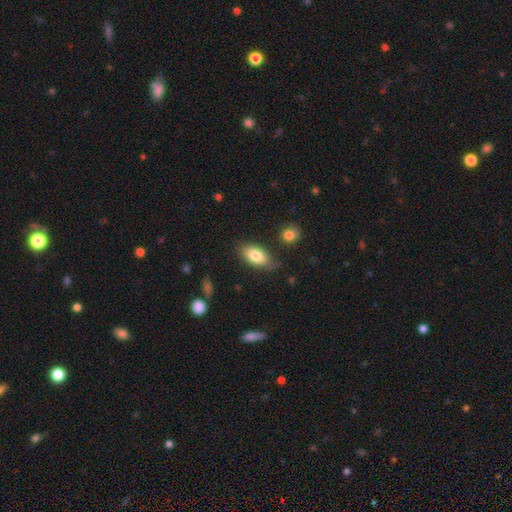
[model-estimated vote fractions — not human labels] Smooth or featured?
  - smooth: 81% *
  - featured or disk: 12%
  - star or artifact: 7%
How rounded?
  - in between: 92% *
  - round: 5%
  - cigar-shaped: 4%
Merging?
  - none: 77% *
  - minor disturbance: 16%
  - major disturbance: 3%
  - merger: 3%